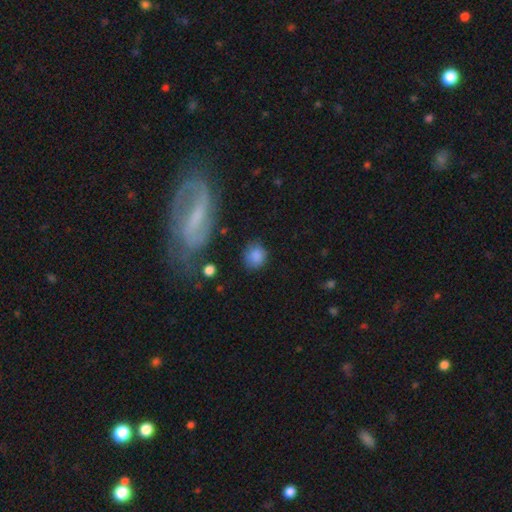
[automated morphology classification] Smooth or featured? smooth (82%)
How rounded? round (77%)
Merging? none (72%)